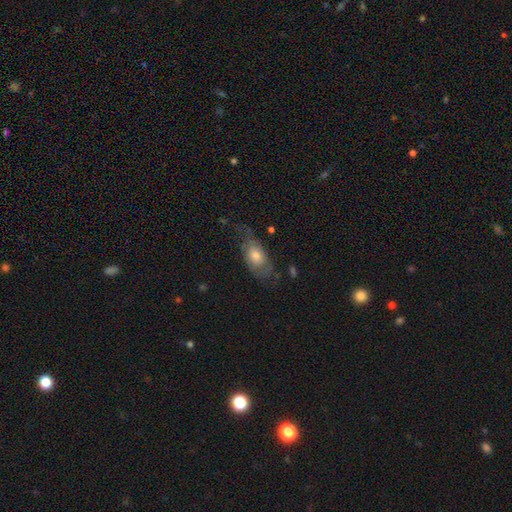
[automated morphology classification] This is possibly a featured or disk galaxy (48%). Merging: possibly none (51%).